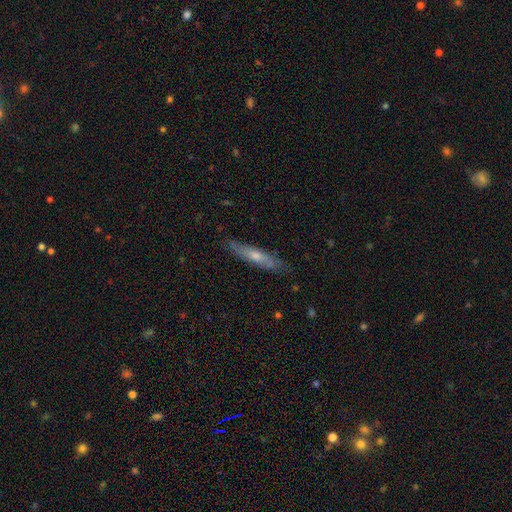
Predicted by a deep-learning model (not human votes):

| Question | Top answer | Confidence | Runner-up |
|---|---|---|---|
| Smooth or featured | featured or disk | 53% | smooth (40%) |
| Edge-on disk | yes | 78% | no (22%) |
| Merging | none | 83% | minor disturbance (14%) |